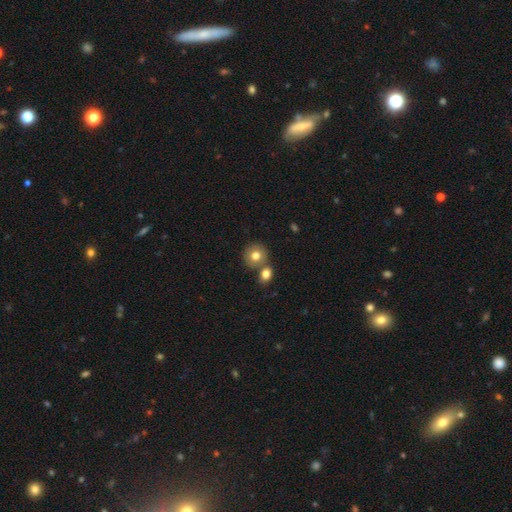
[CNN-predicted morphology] Smooth or featured?
  - smooth: 78% *
  - featured or disk: 13%
  - star or artifact: 9%
How rounded?
  - round: 87% *
  - in between: 12%
  - cigar-shaped: 1%
Merging?
  - none: 58% *
  - merger: 31%
  - minor disturbance: 8%
  - major disturbance: 3%